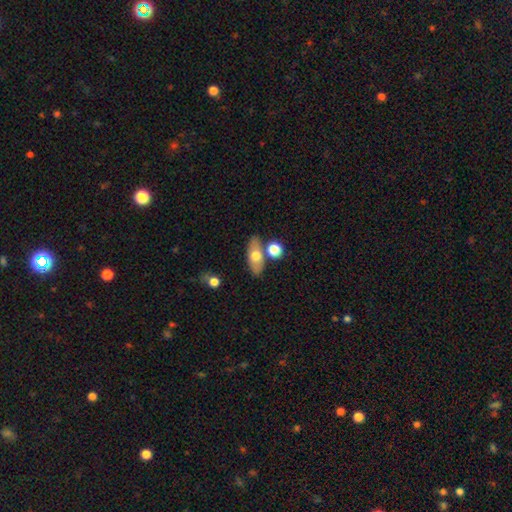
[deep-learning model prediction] Smooth or featured? smooth (63%)
How rounded? in between (79%)
Merging? none (71%)